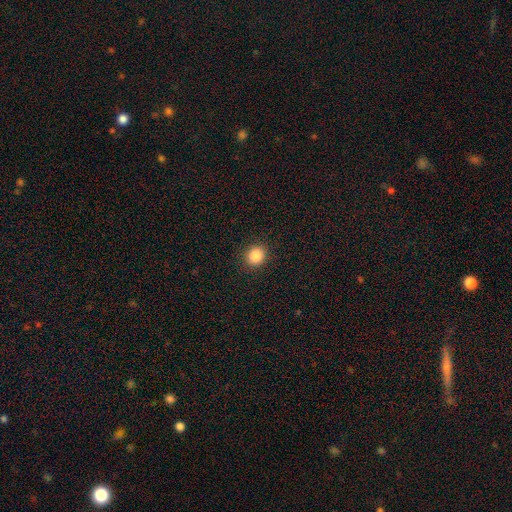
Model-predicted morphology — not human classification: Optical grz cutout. It shows a smooth galaxy with no disk features (86%) that is round (85%). Merging: none (91%).